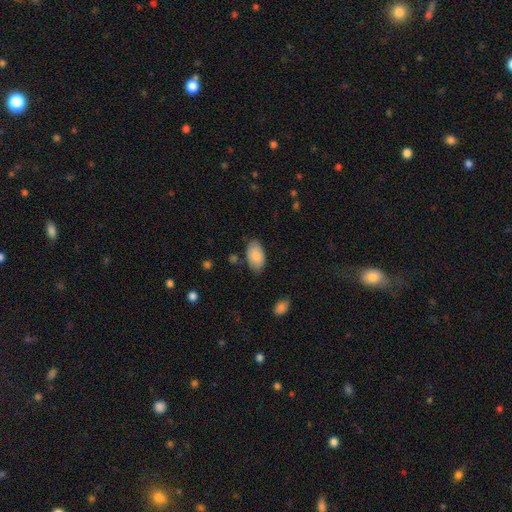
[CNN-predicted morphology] Smooth or featured?
  - smooth: 85% *
  - featured or disk: 9%
  - star or artifact: 6%
How rounded?
  - in between: 95% *
  - round: 3%
  - cigar-shaped: 2%
Merging?
  - none: 78% *
  - minor disturbance: 16%
  - major disturbance: 3%
  - merger: 2%